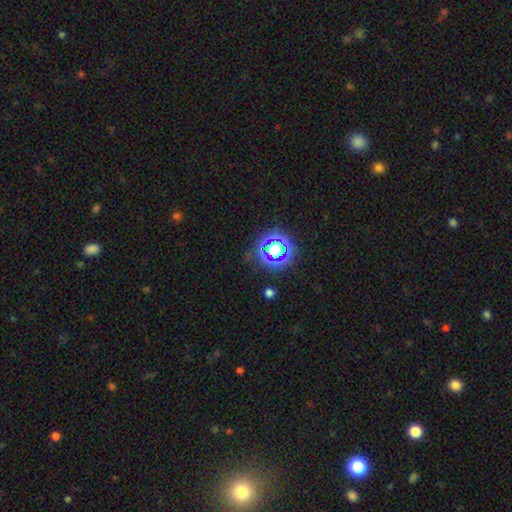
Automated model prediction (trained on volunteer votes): star or artifact 77%, smooth 16%, featured or disk 7%.